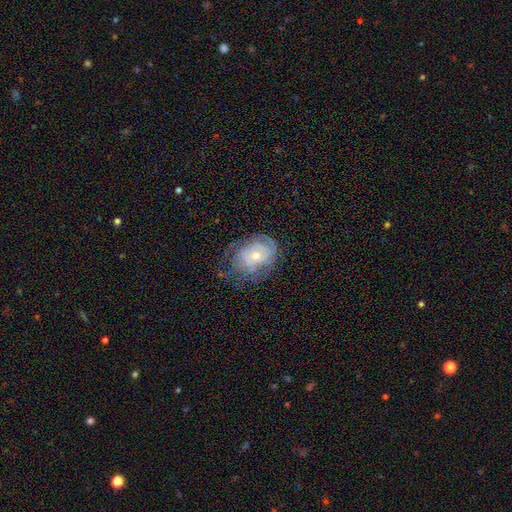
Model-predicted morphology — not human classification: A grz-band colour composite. It shows a featured or disk galaxy (72%) with no bar (77%), tight (61%) spiral arms (81%) and a small central bulge (54%). Merging: none (54%).